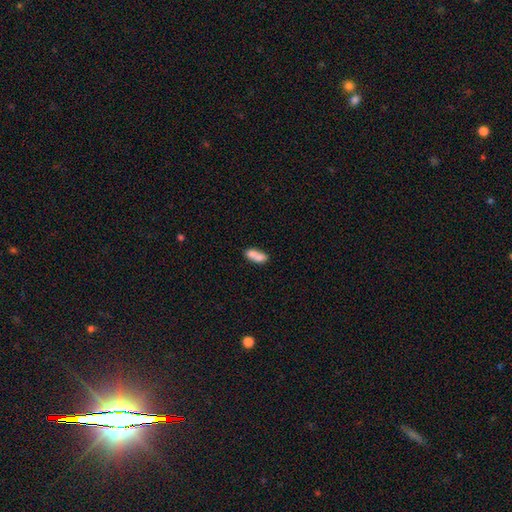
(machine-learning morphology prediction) This is likely a smooth galaxy (74%). How rounded: likely in between (78%). Merging: marginally none (42%).